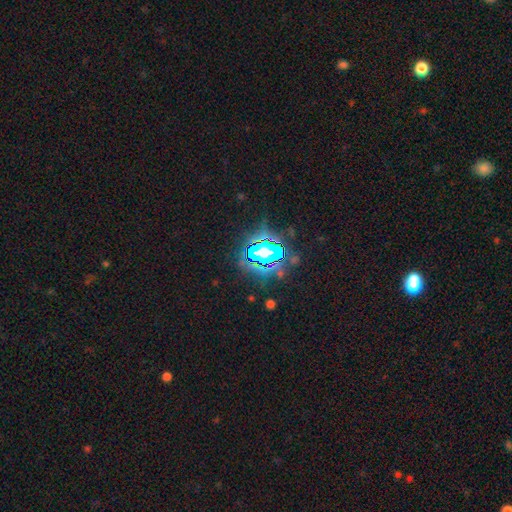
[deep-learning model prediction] Morphology: type=star or artifact (82%).